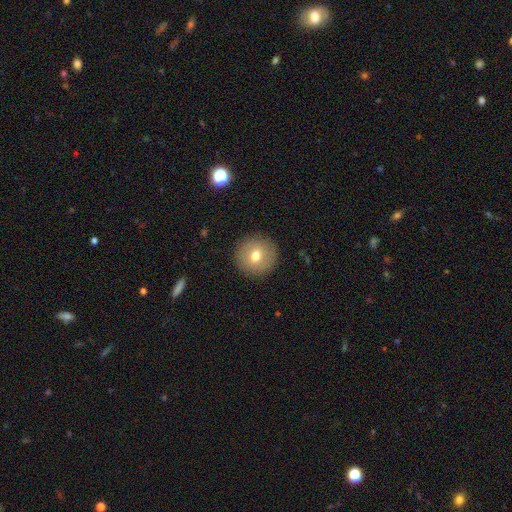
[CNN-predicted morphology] This appears to be a smooth galaxy with no disk features (70%) that is round (93%). Merging: none (90%).